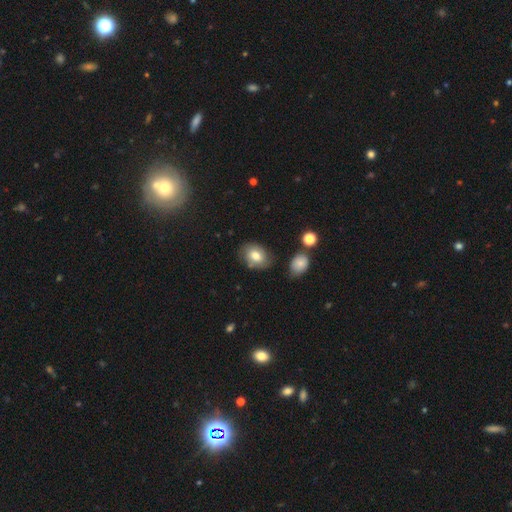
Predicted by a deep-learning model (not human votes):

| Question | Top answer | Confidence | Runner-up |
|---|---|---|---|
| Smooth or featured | smooth | 75% | featured or disk (16%) |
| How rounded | in between | 66% | round (33%) |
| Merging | none | 75% | minor disturbance (17%) |